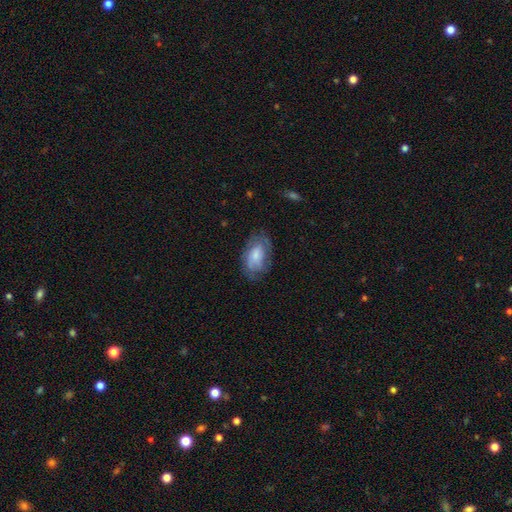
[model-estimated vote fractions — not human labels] Smooth or featured? smooth (54%)
How rounded? in between (90%)
Merging? none (64%)